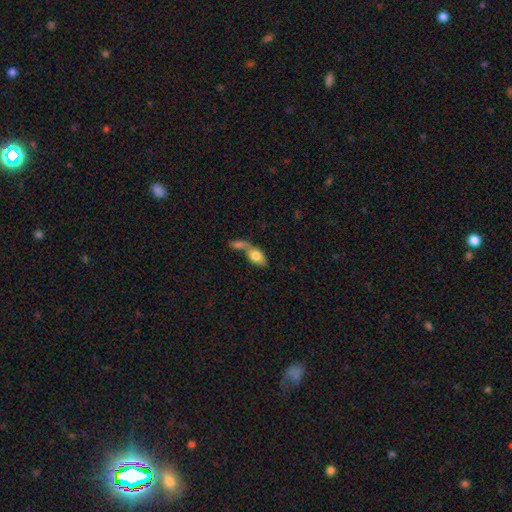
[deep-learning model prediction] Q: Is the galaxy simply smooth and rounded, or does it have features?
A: smooth — 77%.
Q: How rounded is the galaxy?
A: in between — 85%.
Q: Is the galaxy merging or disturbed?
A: merger — 70%.